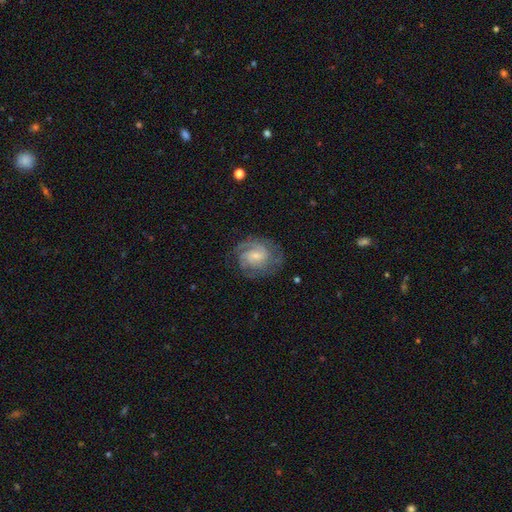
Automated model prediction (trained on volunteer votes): The model was most divided on "spiral arm count" (2-way tie): 3: 28%, 2: 28%, can't tell: 25%, 4: 9%, 1: 6%, more than 4: 5%. Remaining: edge-on disk — no (98%); spiral arms — yes (95%); smooth or featured — featured or disk (82%); merging — none (73%); bulge size — small (66%); spiral winding — tight (51%); bar — weak (46%).